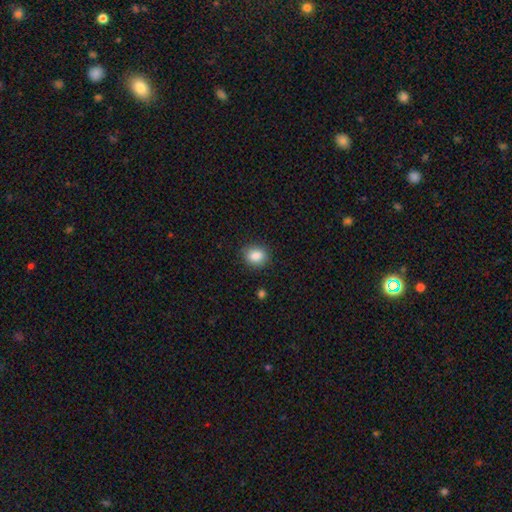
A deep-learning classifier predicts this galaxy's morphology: Smooth or featured? smooth (87%)
How rounded? round (57%)
Merging? none (86%)